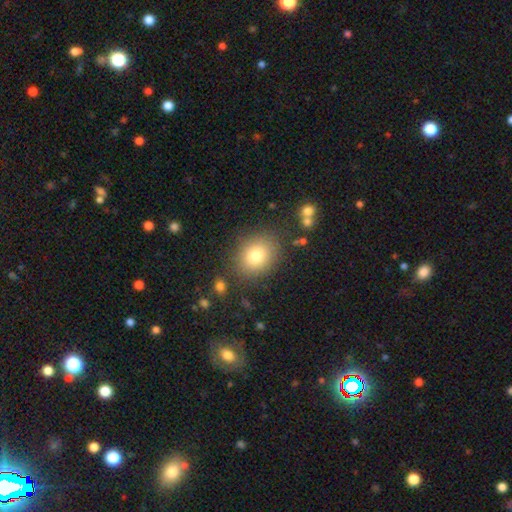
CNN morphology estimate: smooth-or-featured: smooth: 79% | star or artifact: 11% | featured or disk: 9%
  how-rounded: round: 58% | in between: 41% | cigar-shaped: 1%
  merging: none: 83% | minor disturbance: 10% | major disturbance: 4% | merger: 3%